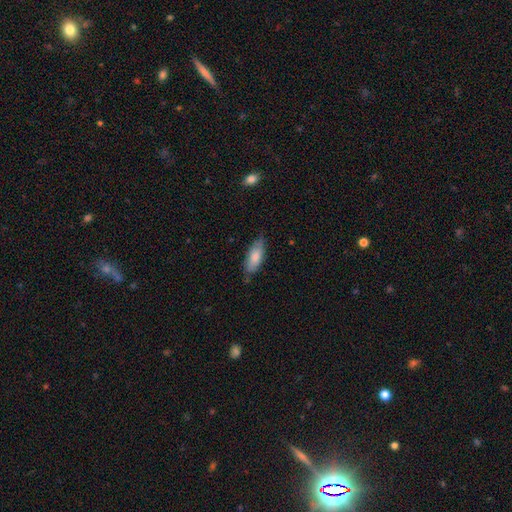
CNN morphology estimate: Smooth or featured? smooth (74%)
How rounded? in between (71%)
Merging? none (75%)